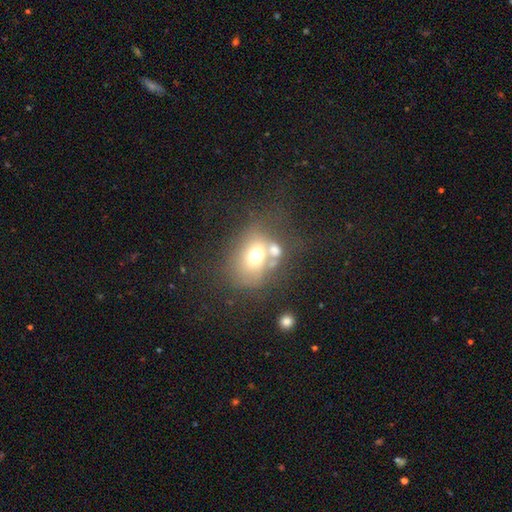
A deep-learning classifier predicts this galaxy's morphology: Smooth or featured: smooth — 59% (featured or disk — 28%)
How rounded: in between — 57% (round — 41%)
Merging: merger — 38% (none — 33%)